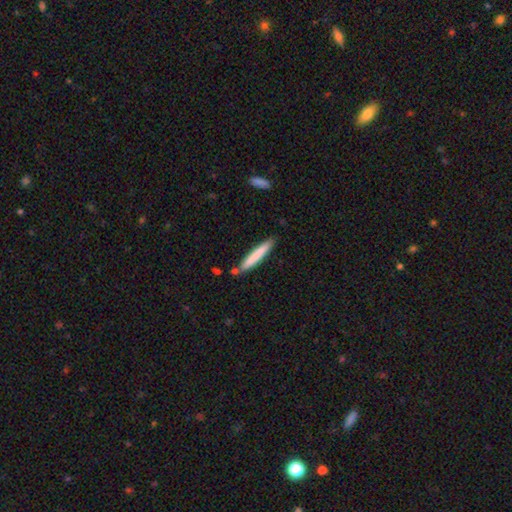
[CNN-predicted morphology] type=smooth (74%); roundness=cigar-shaped (95%); merging=none (81%).